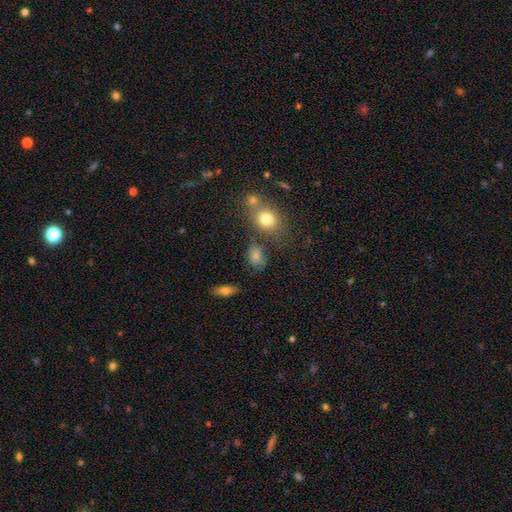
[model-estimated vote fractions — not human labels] Morphology: type=smooth (75%); roundness=in between (68%); merging=none (59%).